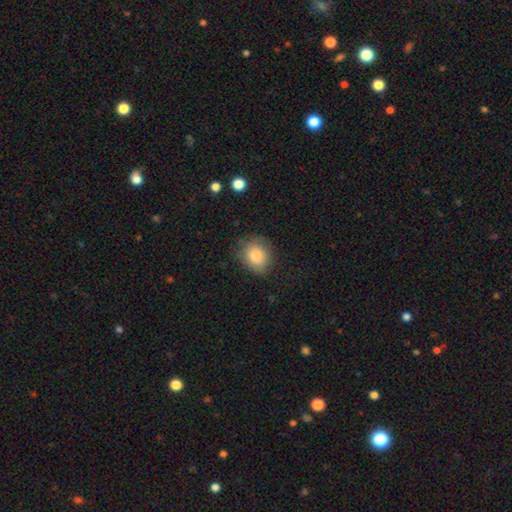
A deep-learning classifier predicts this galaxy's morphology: Smooth or featured? smooth (84%)
How rounded? round (60%)
Merging? none (77%)